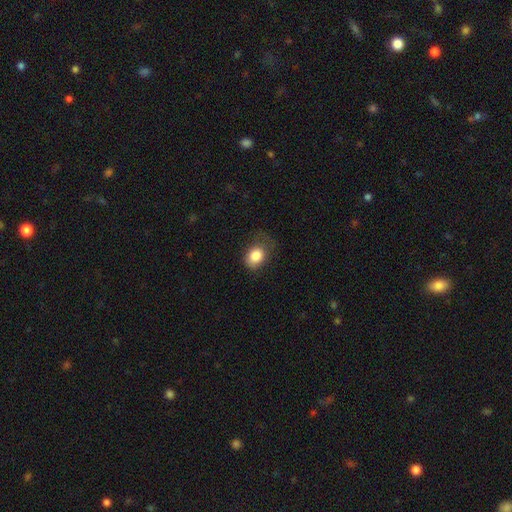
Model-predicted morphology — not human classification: Smooth or featured? Predicted: smooth (p=0.83). How rounded? Predicted: in between (p=0.57). Merging? Predicted: none (p=0.52).